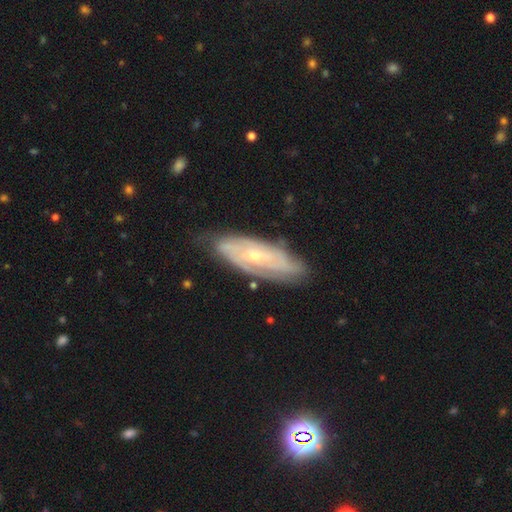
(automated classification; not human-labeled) Overall: featured or disk (76%). Edge-on disk: no (84%). Bar: no (67%). Spiral arms: yes (88%). Spiral arm count: can't tell (49%; 2 24%). Spiral winding: tight (64%; medium 28%). Bulge size: small (67%; moderate 29%). Merging: none (76%).